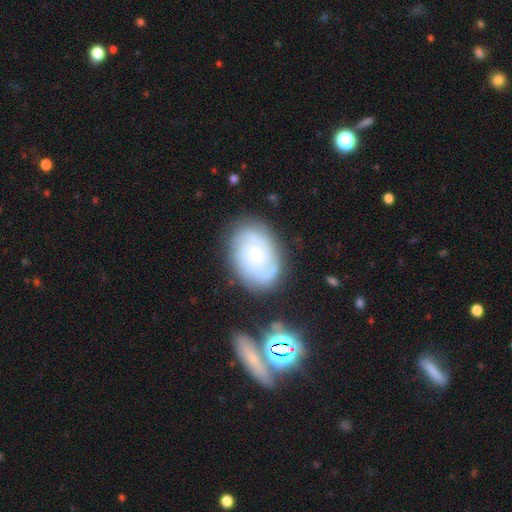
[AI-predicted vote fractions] This is likely a featured or disk galaxy (68%). It is clearly not viewed edge-on (97%). Bar: likely no (68%). Spiral arm pattern: clearly yes (91%). Spiral arm count: marginally can't tell (35%). Spiral winding: possibly tight (59%). Central bulge: possibly small (59%). Merging: likely none (73%).